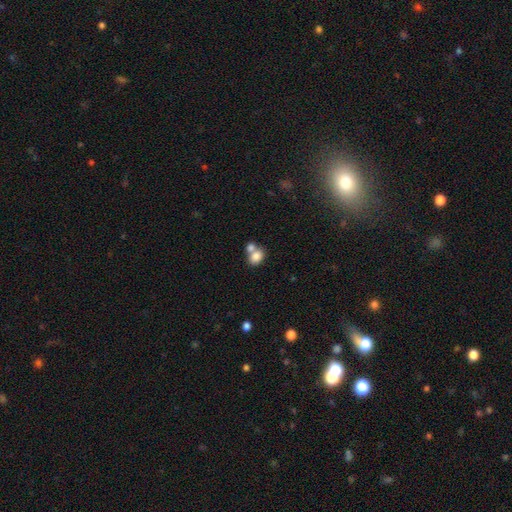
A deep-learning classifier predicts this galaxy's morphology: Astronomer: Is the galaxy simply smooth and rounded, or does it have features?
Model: smooth — 81%.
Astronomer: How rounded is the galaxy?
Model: in between — 68%.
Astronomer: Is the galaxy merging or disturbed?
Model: merger — 52% (runner-up: none, 36%).